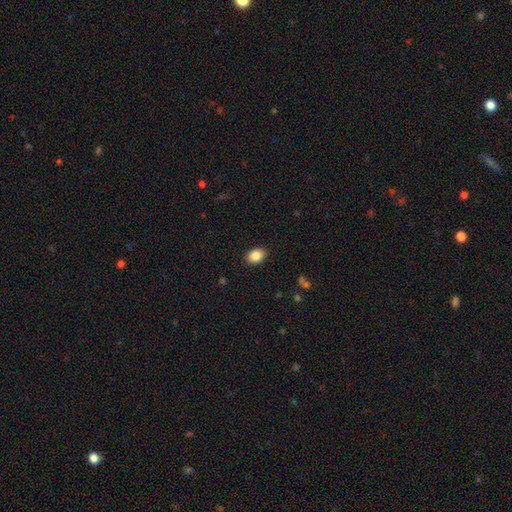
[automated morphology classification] The model was most divided on "how rounded": in between: 75%, round: 24%, cigar-shaped: 1%. More confident: merging — none (89%); smooth or featured — smooth (86%).